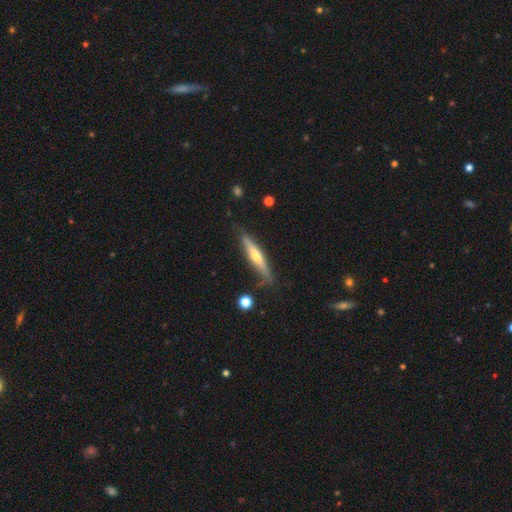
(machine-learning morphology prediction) Smooth or featured? Predicted: featured or disk (p=0.59). Edge-on disk? Predicted: yes (p=0.93). Edge-on bulge? Predicted: rounded (p=0.85). Merging? Predicted: none (p=0.74).